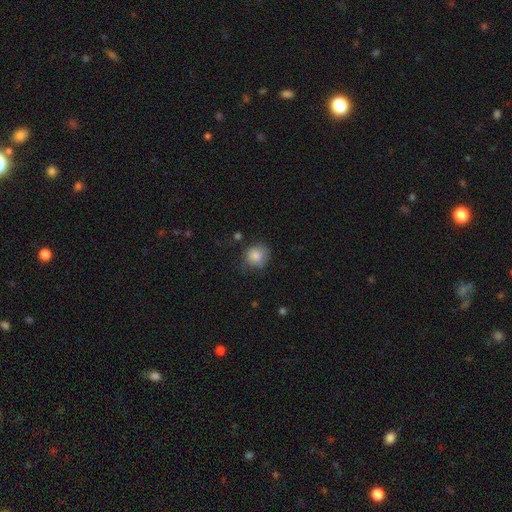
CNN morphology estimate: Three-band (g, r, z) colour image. It shows a smooth galaxy with no disk features (84%) that is round (83%). Merging: none (67%).